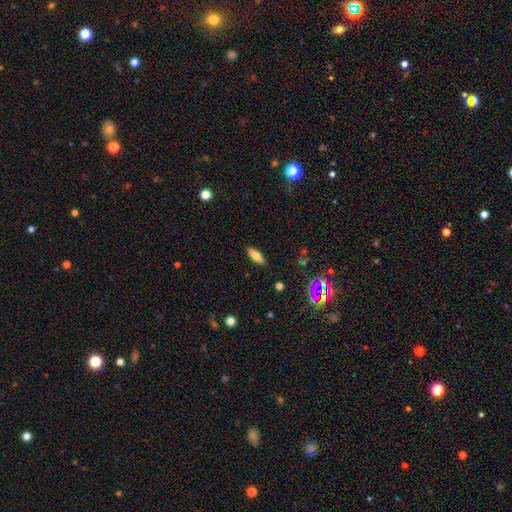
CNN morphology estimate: The model was most divided on "how rounded": in between: 57%, cigar-shaped: 41%, round: 2%. More confident: merging — none (87%); smooth or featured — smooth (72%).